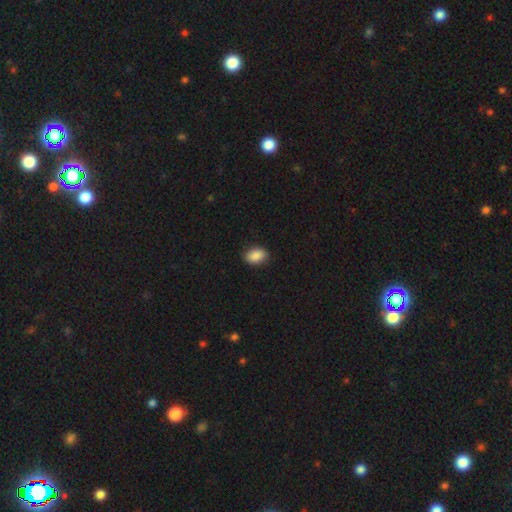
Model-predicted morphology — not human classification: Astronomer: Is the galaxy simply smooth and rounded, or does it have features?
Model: smooth — 89%.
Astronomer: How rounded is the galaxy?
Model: in between — 80%.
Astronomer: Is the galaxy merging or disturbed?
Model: none — 88%.